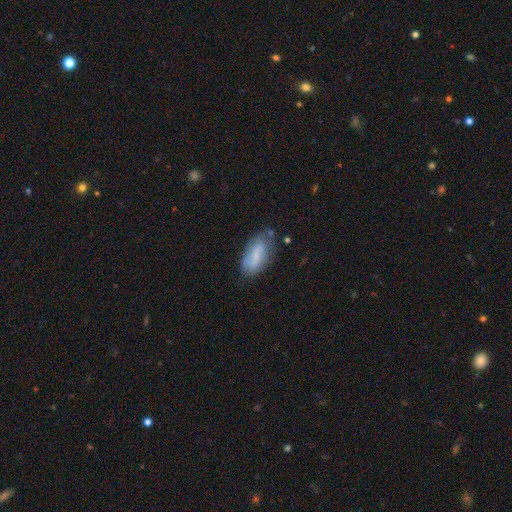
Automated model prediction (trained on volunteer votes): smooth_or_featured: smooth (p=0.68) [alt: featured or disk p=0.25]
how_rounded: in between (p=0.86) [alt: cigar-shaped p=0.12]
merging: none (p=0.59) [alt: minor disturbance p=0.29]